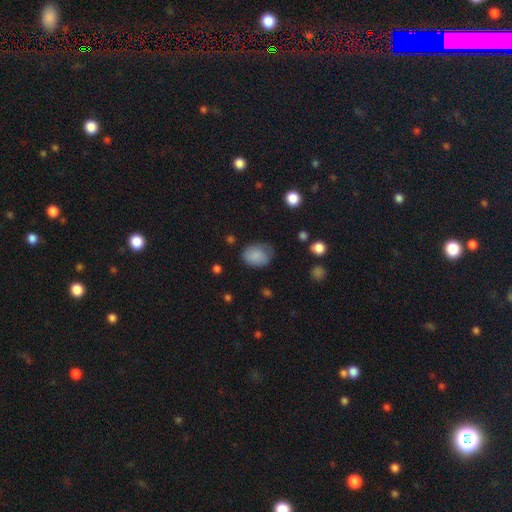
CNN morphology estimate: A smooth galaxy with no disk features (82%) that is in between round and cigar-shaped (64%).

Vote fractions:
- Smooth or featured? smooth: 82% / featured or disk: 9% / star or artifact: 8%
- How rounded? in between: 64% / round: 35% / cigar-shaped: 1%
- Merging? none: 53% / minor disturbance: 33% / major disturbance: 13% / merger: 2%